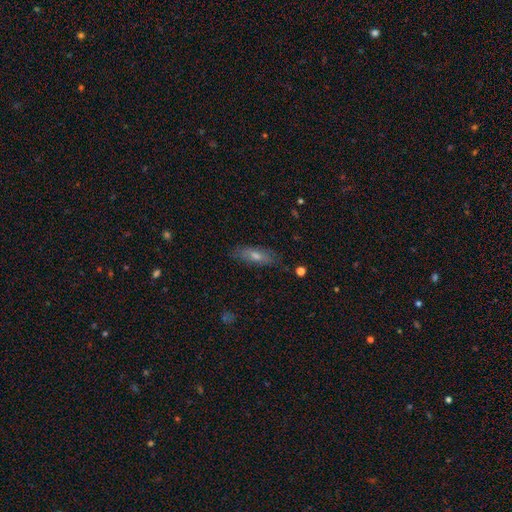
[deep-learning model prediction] A smooth galaxy with no disk features (62%) that is in between round and cigar-shaped (62%).

Vote fractions:
- Smooth or featured? smooth: 62% / featured or disk: 30% / star or artifact: 8%
- How rounded? in between: 62% / cigar-shaped: 36% / round: 3%
- Merging? none: 80% / minor disturbance: 15% / major disturbance: 3% / merger: 1%